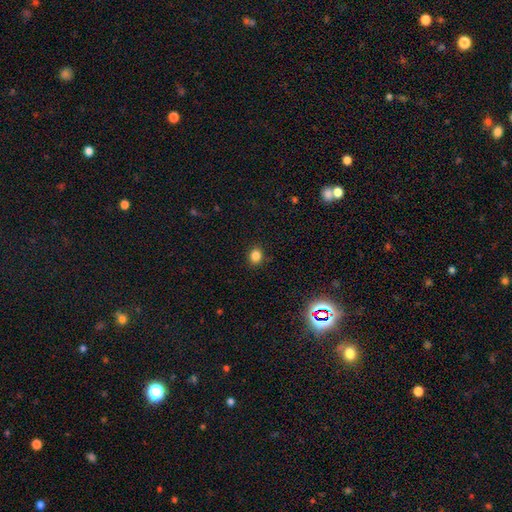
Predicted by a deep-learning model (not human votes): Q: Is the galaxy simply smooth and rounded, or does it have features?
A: smooth — 83%.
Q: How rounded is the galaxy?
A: round — 59%.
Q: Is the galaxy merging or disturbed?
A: none — 87%.